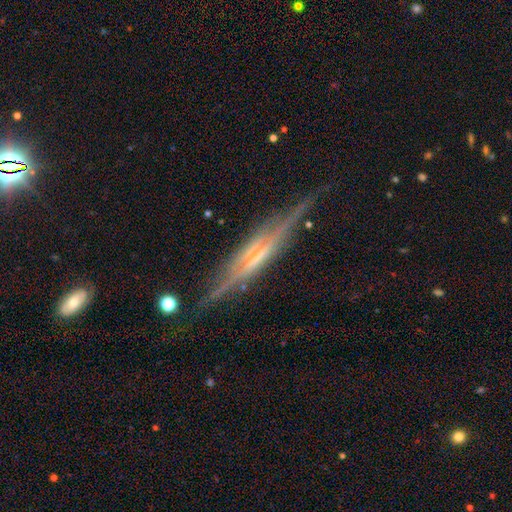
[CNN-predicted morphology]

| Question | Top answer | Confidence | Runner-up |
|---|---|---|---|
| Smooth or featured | featured or disk | 83% | smooth (11%) |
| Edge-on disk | yes | 96% | no (4%) |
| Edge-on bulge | none | 37% | boxy (32%) |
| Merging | none | 80% | minor disturbance (14%) |